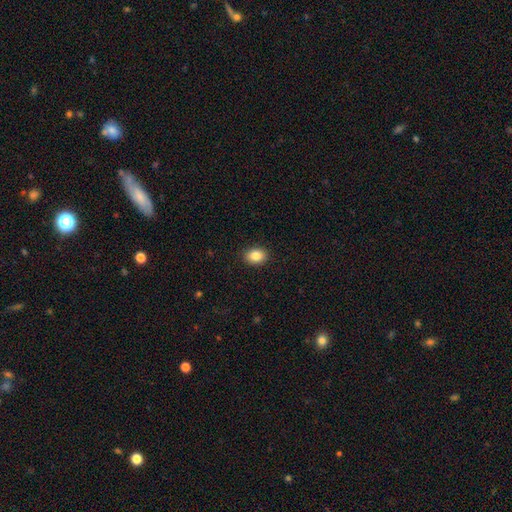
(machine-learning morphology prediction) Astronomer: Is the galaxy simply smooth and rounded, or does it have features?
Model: smooth — 85%.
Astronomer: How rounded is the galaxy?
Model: in between — 71%.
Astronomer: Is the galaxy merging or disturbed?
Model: none — 90%.